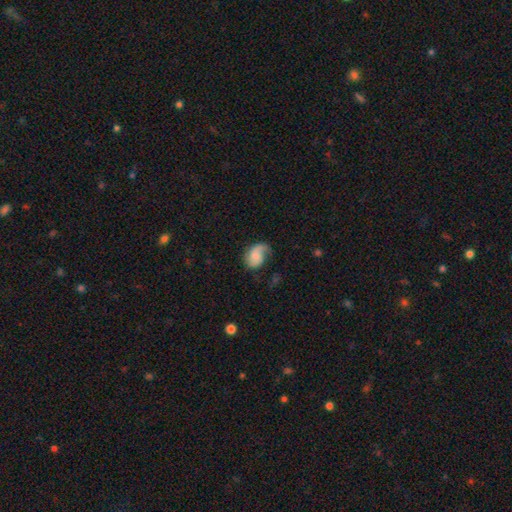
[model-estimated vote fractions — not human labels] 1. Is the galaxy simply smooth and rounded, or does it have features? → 52% featured or disk, 40% smooth, 8% star or artifact.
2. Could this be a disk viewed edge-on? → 97% no, 3% yes.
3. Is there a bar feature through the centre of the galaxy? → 64% no, 30% weak, 5% strong.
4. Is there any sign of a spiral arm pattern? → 89% yes, 11% no.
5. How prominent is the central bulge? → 38% none, 32% small, 20% moderate, 7% large, 3% dominant.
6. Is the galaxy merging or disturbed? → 44% none, 28% minor disturbance, 25% major disturbance, 2% merger.